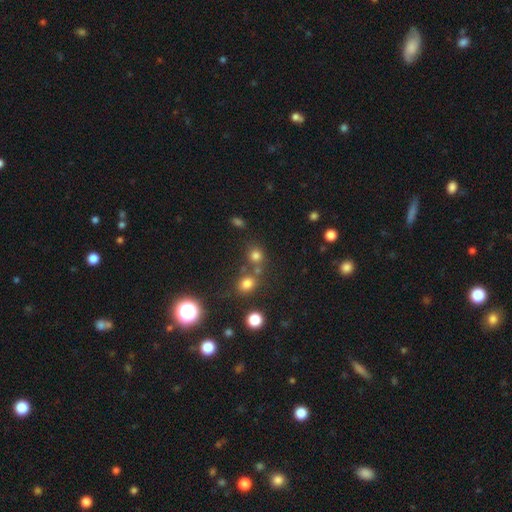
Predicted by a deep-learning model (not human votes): Smooth or featured? smooth (73%)
How rounded? round (81%)
Merging? none (62%)